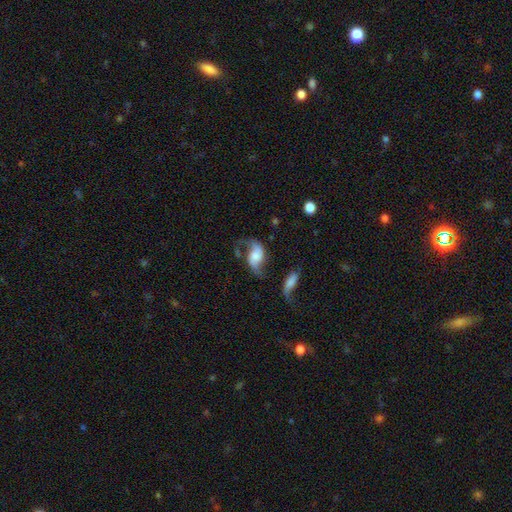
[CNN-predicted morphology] Q: Smooth or featured?
A: featured or disk (77%); runner-up: smooth (16%)
Q: Edge-on disk?
A: no (96%); runner-up: yes (4%)
Q: Bar?
A: no (59%); runner-up: weak (31%)
Q: Spiral arms?
A: yes (94%); runner-up: no (6%)
Q: Spiral winding?
A: loose (75%); runner-up: medium (20%)
Q: Spiral arm count?
A: 2 (87%); runner-up: 1 (7%)
Q: Bulge size?
A: moderate (33%); runner-up: large (24%)
Q: Merging?
A: none (48%); runner-up: minor disturbance (20%)